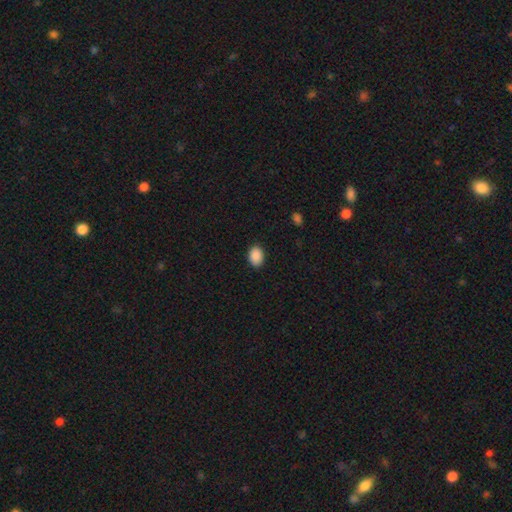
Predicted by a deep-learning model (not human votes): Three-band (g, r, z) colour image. It shows a smooth galaxy with no disk features (90%) that is in between round and cigar-shaped (76%). Merging: none (89%).